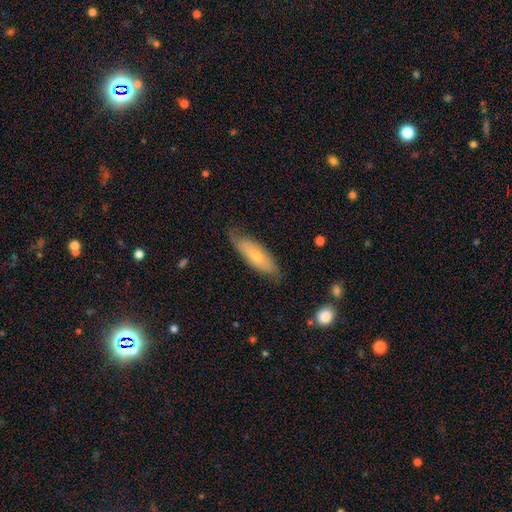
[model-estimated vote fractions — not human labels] Overall: smooth (57%; featured or disk 37%). How rounded: in between (56%; cigar-shaped 42%). Merging: none (69%).